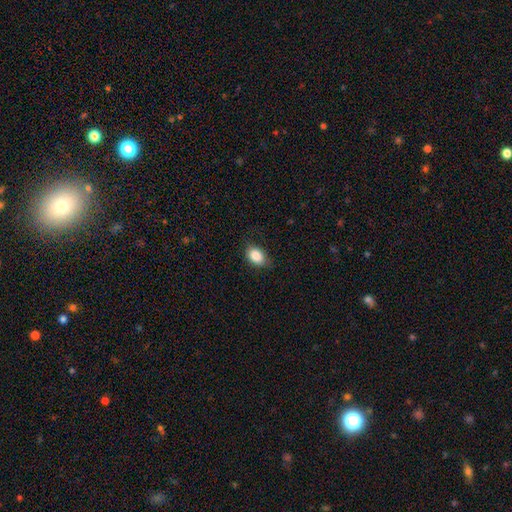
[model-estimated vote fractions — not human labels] smooth_or_featured: smooth (p=0.85) [alt: star or artifact p=0.09]
how_rounded: in between (p=0.75) [alt: round p=0.24]
merging: none (p=0.76) [alt: minor disturbance p=0.19]